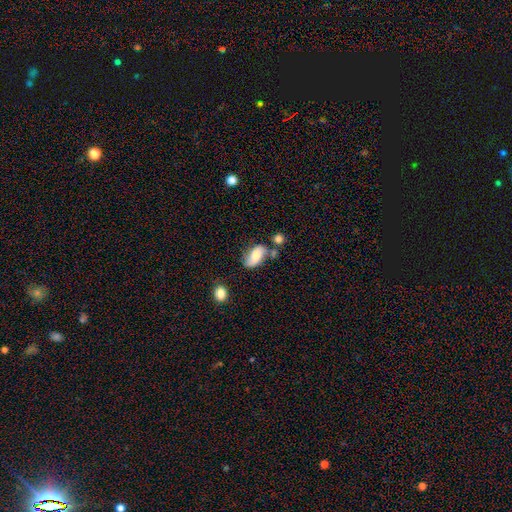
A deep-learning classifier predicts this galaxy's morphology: A smooth galaxy with no disk features (56%) that is in between round and cigar-shaped (91%).

Vote fractions:
- Smooth or featured? smooth: 56% / featured or disk: 35% / star or artifact: 9%
- How rounded? in between: 91% / round: 5% / cigar-shaped: 4%
- Merging? none: 47% / minor disturbance: 26% / merger: 16% / major disturbance: 11%